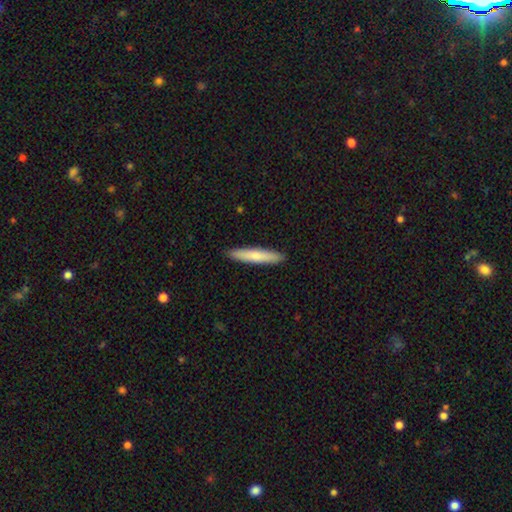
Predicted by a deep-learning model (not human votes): Smooth or featured: smooth — 73% (featured or disk — 22%)
How rounded: cigar-shaped — 92% (in between — 7%)
Merging: none — 91% (minor disturbance — 6%)